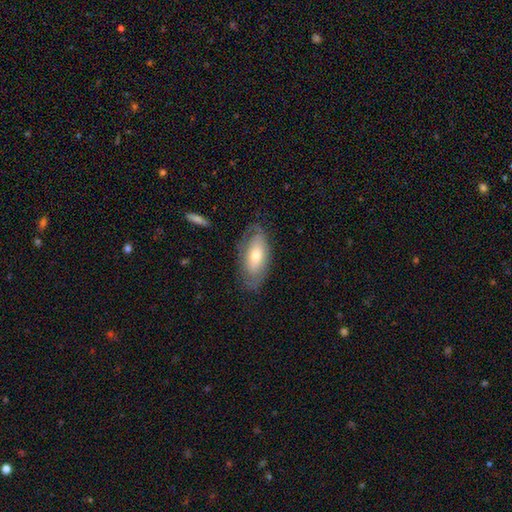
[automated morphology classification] The model was most divided on "smooth or featured": smooth: 48%, featured or disk: 46%, star or artifact: 6%. More confident: merging — none (71%).